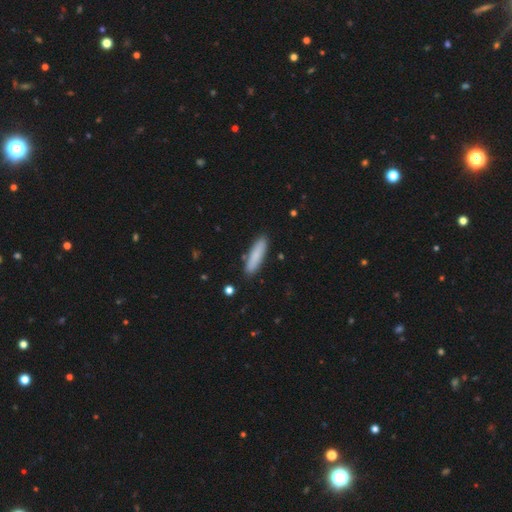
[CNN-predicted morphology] Smooth or featured? smooth (84%)
How rounded? cigar-shaped (75%)
Merging? none (87%)